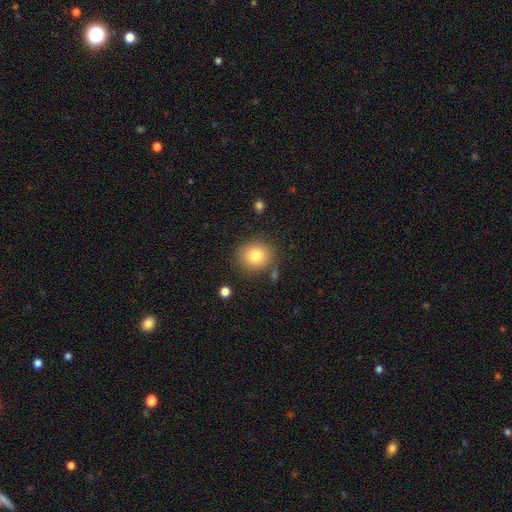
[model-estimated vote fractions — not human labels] Smooth or featured: smooth — 79% (star or artifact — 11%)
How rounded: round — 84% (in between — 15%)
Merging: none — 82% (minor disturbance — 10%)